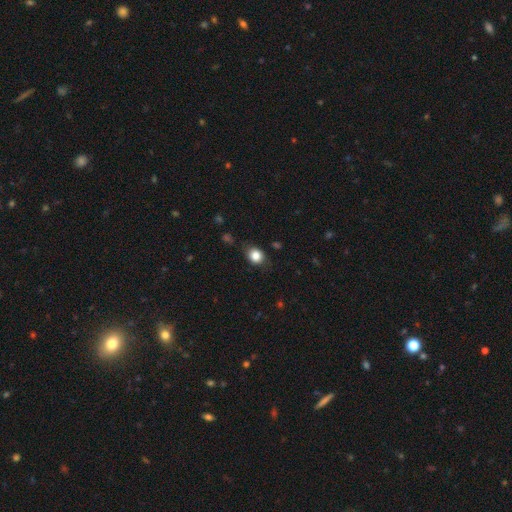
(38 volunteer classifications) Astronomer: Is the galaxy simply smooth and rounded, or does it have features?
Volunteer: smooth — 92%.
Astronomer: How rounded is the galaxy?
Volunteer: round — 74%.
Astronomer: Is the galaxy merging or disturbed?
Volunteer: none — 81%.